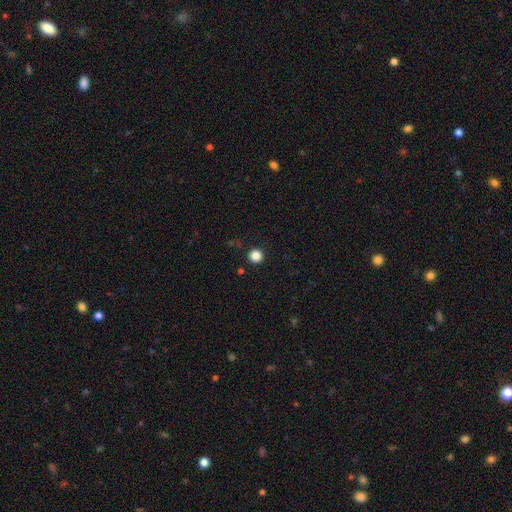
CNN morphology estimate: Q: Smooth or featured?
A: smooth (85%); runner-up: star or artifact (11%)
Q: How rounded?
A: round (96%); runner-up: in between (3%)
Q: Merging?
A: none (93%); runner-up: minor disturbance (4%)